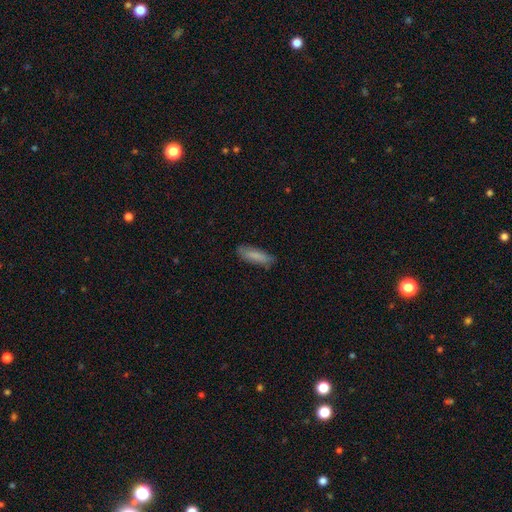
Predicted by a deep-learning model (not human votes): This appears to be a smooth galaxy with no disk features (83%) that is cigar-shaped (56%). Merging: none (78%).